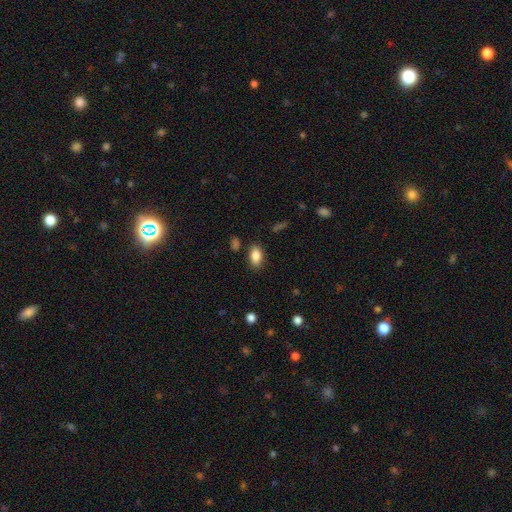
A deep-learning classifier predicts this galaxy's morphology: smooth 86%, star or artifact 8%, featured or disk 7%. Down the decision tree: how rounded — in between (91%); merging — none (84%).